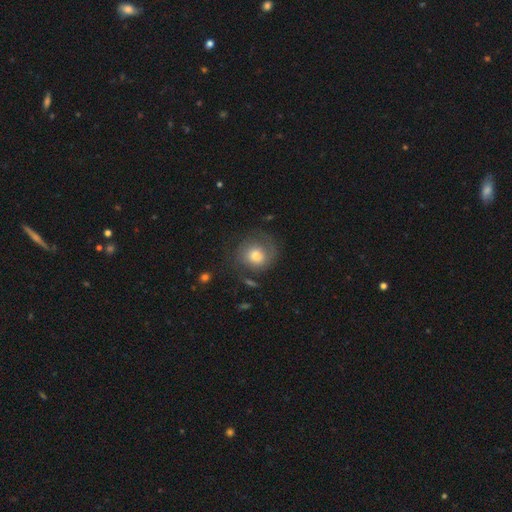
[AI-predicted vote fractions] smooth-or-featured: featured or disk: 46% | smooth: 45% | star or artifact: 8%
  merging: none: 64% | minor disturbance: 18% | major disturbance: 15% | merger: 3%